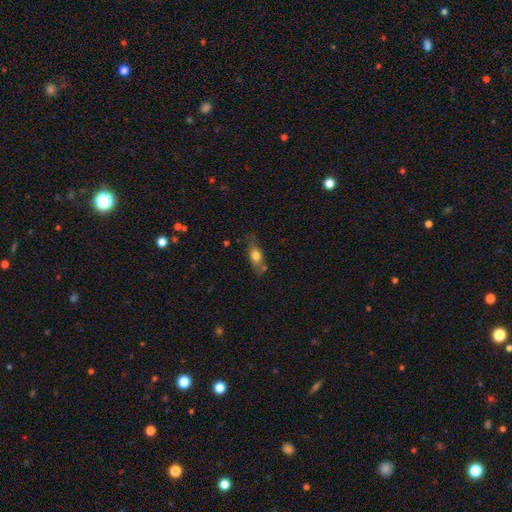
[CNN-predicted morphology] Q: Smooth or featured?
A: smooth (65%); runner-up: featured or disk (27%)
Q: How rounded?
A: in between (71%); runner-up: cigar-shaped (21%)
Q: Merging?
A: none (58%); runner-up: minor disturbance (25%)